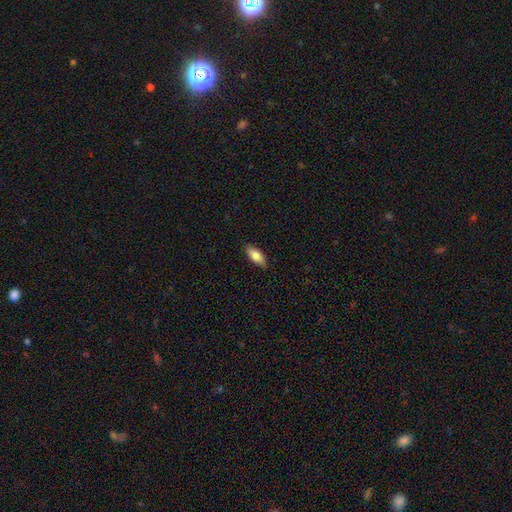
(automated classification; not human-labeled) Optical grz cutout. It shows a smooth galaxy with no disk features (81%) that is in between round and cigar-shaped (83%). Merging: none (86%).